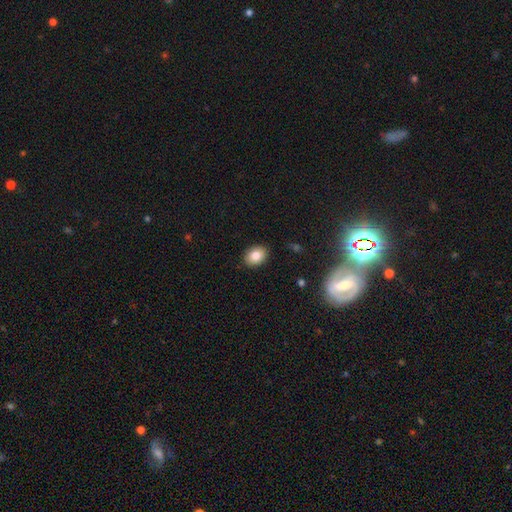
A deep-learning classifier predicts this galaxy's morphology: The model was most divided on "how rounded": in between: 73%, round: 26%, cigar-shaped: 1%. More confident: merging — none (89%); smooth or featured — smooth (85%).